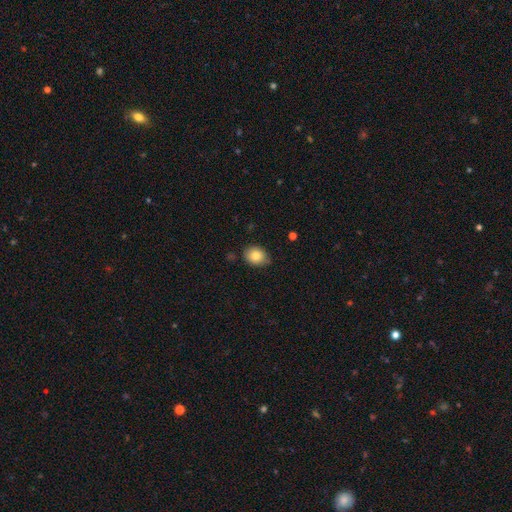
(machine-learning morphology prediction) smooth-or-featured: smooth: 83% | star or artifact: 9% | featured or disk: 8%
  how-rounded: round: 54% | in between: 45% | cigar-shaped: 1%
  merging: none: 78% | minor disturbance: 17% | major disturbance: 3% | merger: 2%